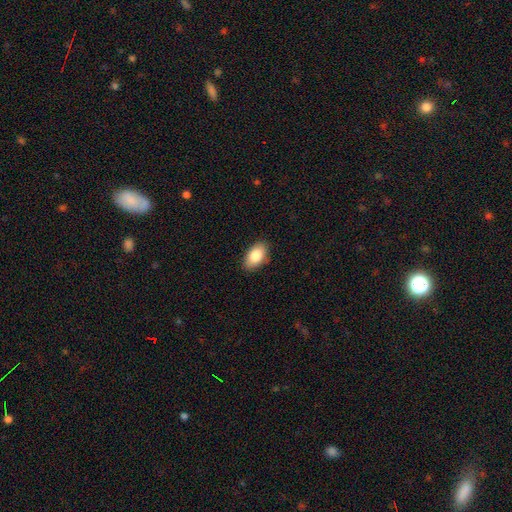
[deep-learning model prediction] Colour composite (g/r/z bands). It shows a smooth galaxy with no disk features (84%) that is in between round and cigar-shaped (93%). Merging: none (87%).